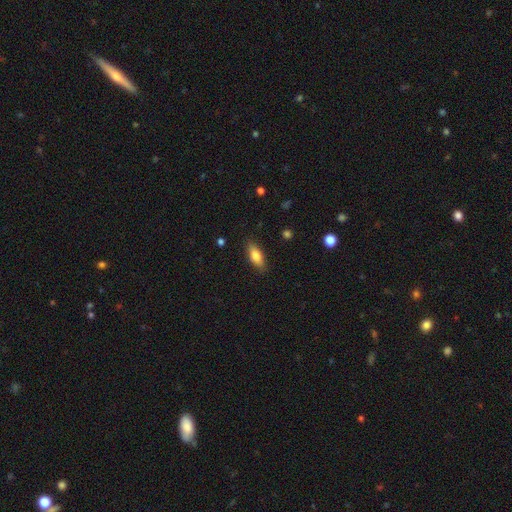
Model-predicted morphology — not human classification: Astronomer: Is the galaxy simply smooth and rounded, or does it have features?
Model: smooth — 79%.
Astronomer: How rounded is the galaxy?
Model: in between — 76%.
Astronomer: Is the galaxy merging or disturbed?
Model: none — 86%.